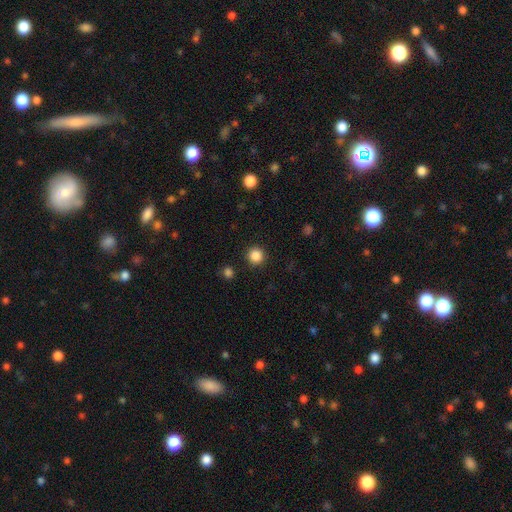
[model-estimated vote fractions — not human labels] The model was most divided on "smooth or featured": smooth: 86%, star or artifact: 11%, featured or disk: 3%. More confident: how rounded — round (95%); merging — none (92%).